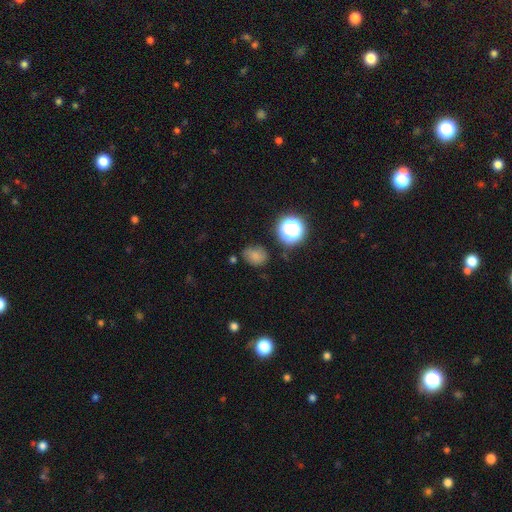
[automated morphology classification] Smooth or featured? Predicted: smooth (p=0.73). How rounded? Predicted: in between (p=0.57). Merging? Predicted: none (p=0.69).